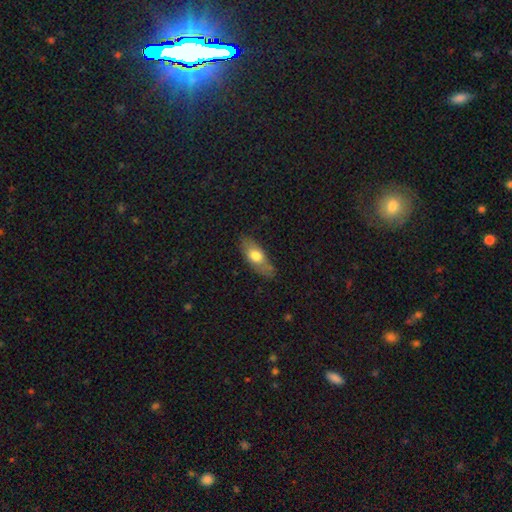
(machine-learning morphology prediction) The model was most divided on "smooth or featured": smooth: 65%, featured or disk: 28%, star or artifact: 6%. More confident: merging — none (74%); how rounded — in between (73%).